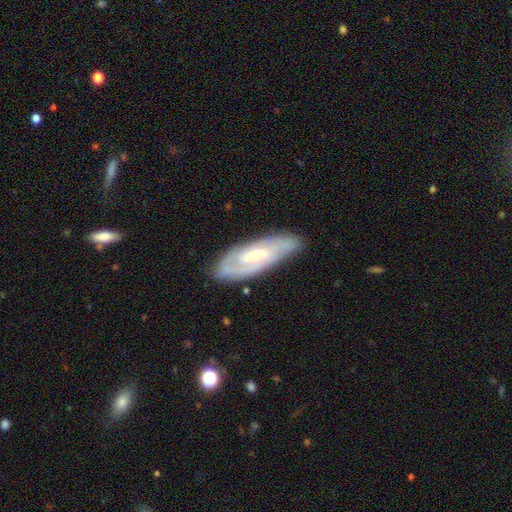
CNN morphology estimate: Smooth or featured? Predicted: featured or disk (p=0.78). Edge-on disk? Predicted: no (p=0.87). Bar? Predicted: no (p=0.45). Spiral arms? Predicted: yes (p=0.91). Spiral winding? Predicted: tight (p=0.55). Spiral arm count? Predicted: 2 (p=0.48). Bulge size? Predicted: small (p=0.55). Merging? Predicted: none (p=0.82).